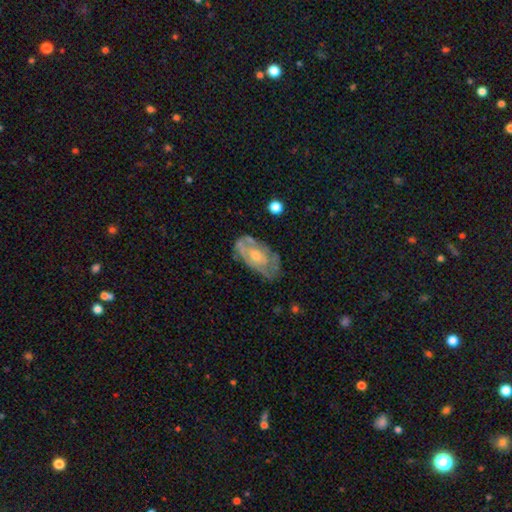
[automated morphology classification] This is likely a featured or disk galaxy (65%). It is clearly not viewed edge-on (92%). Bar: likely no (77%). Spiral arm pattern: possibly yes (56%). Central bulge: possibly moderate (51%). Merging: possibly none (57%).